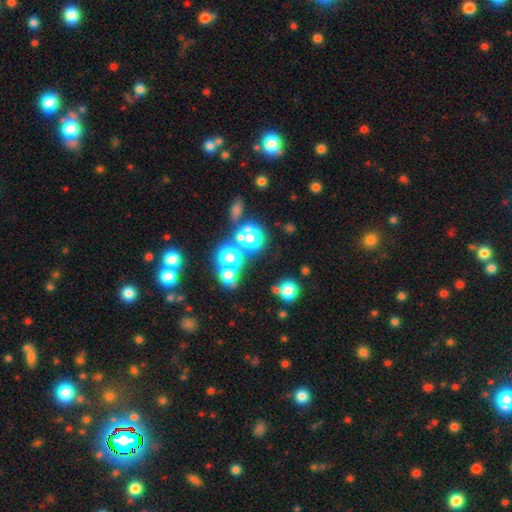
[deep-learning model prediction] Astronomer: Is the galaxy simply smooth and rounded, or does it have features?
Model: star or artifact — 58%.